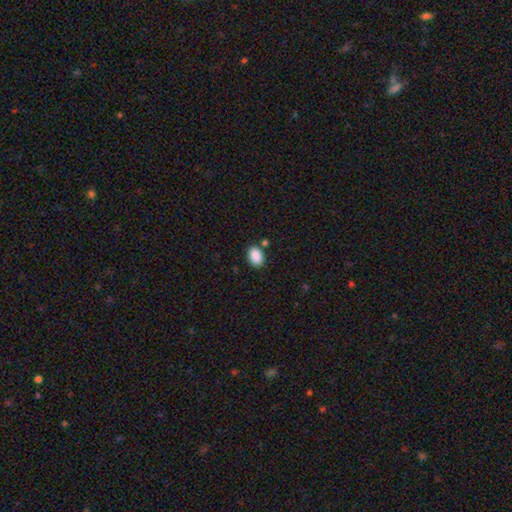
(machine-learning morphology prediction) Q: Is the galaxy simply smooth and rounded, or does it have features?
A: smooth — 89%.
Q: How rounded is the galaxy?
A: in between — 78%.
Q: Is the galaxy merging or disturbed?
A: none — 82%.